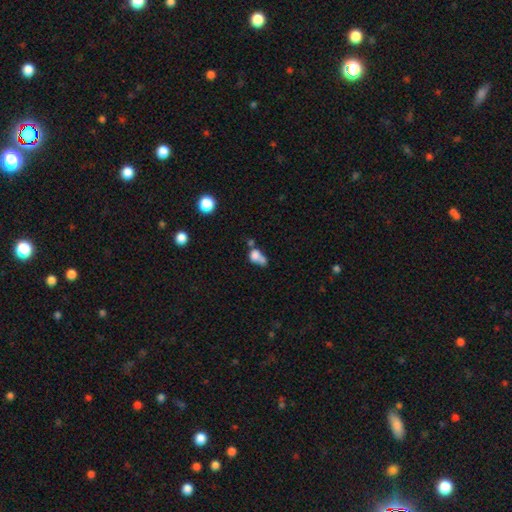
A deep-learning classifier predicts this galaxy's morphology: Smooth or featured? Predicted: smooth (p=0.71). How rounded? Predicted: in between (p=0.55). Merging? Predicted: merger (p=0.48).